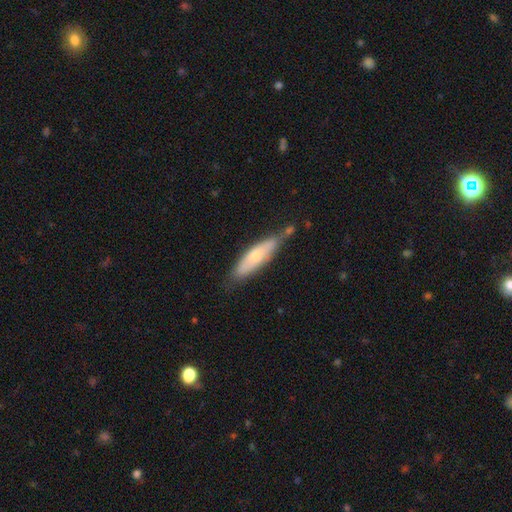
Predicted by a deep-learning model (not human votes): Morphology: type=smooth (54%); roundness=cigar-shaped (64%); merging=none (62%).